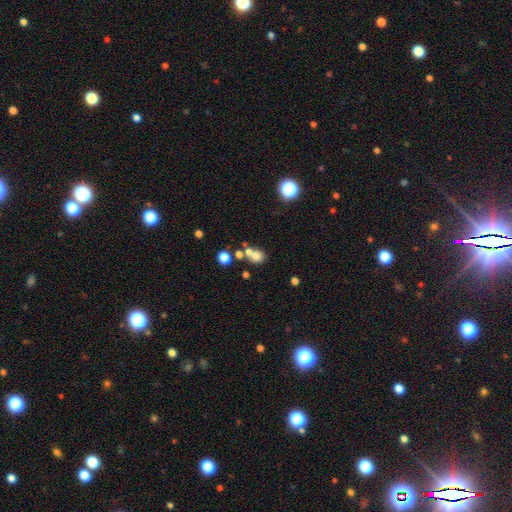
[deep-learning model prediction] A smooth galaxy with no disk features (70%) that is round (73%). Merging: none (46%).